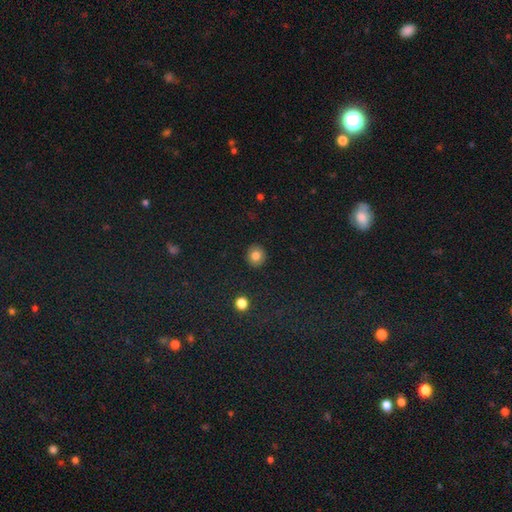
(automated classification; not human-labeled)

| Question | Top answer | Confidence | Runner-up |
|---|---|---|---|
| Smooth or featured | smooth | 81% | star or artifact (10%) |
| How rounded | round | 91% | in between (8%) |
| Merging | none | 91% | minor disturbance (6%) |